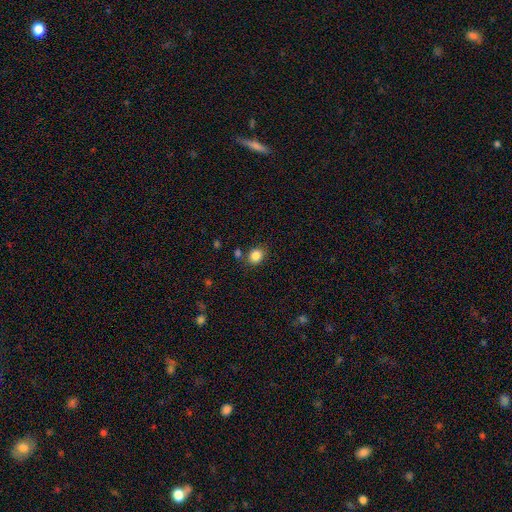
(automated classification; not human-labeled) Morphology: type=smooth (85%); roundness=round (63%); merging=none (77%).